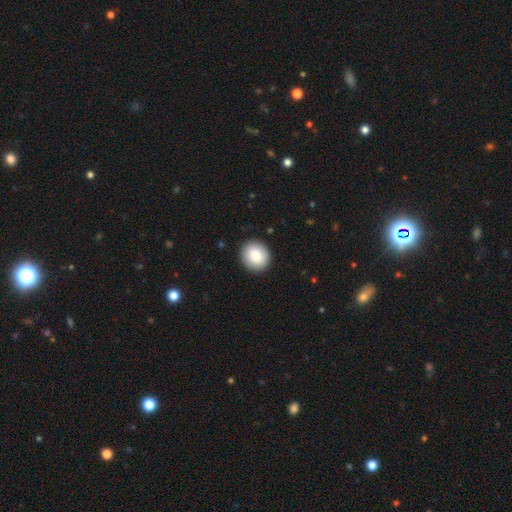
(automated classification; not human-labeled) Smooth or featured? Predicted: smooth (p=0.86). How rounded? Predicted: round (p=0.85). Merging? Predicted: none (p=0.91).